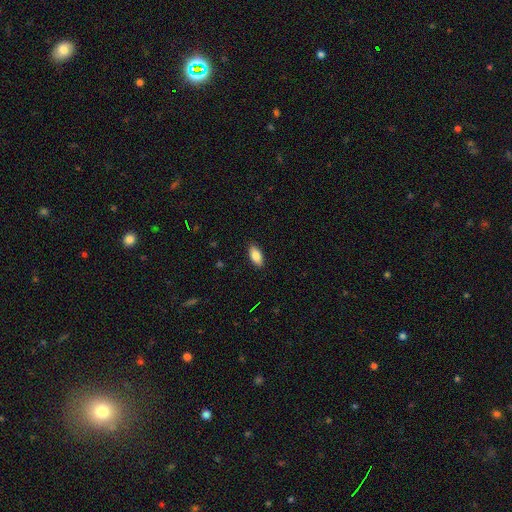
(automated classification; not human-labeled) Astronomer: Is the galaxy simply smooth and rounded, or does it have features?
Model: smooth — 86%.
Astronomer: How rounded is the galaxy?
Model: in between — 89%.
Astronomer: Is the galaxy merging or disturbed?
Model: none — 89%.